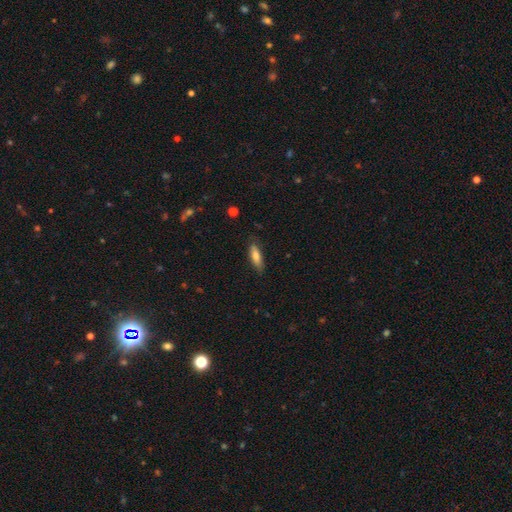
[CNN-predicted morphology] Q: Smooth or featured?
A: smooth (74%); runner-up: featured or disk (19%)
Q: How rounded?
A: cigar-shaped (56%); runner-up: in between (43%)
Q: Merging?
A: none (80%); runner-up: minor disturbance (16%)